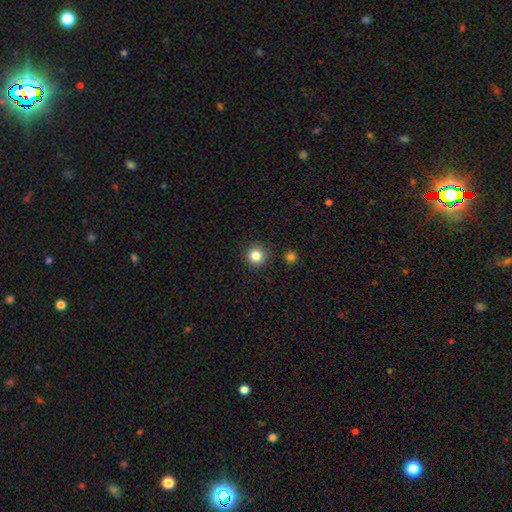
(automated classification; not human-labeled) smooth 83%, star or artifact 11%, featured or disk 5%. Down the decision tree: how rounded — round (95%); merging — none (91%).